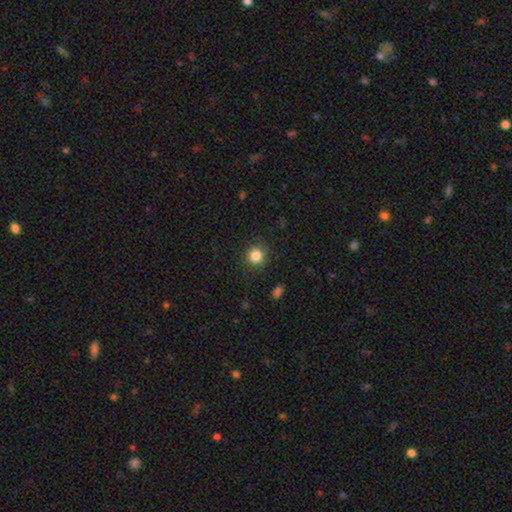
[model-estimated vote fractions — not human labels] A smooth galaxy with no disk features (84%) that is round (92%). Merging: none (89%).